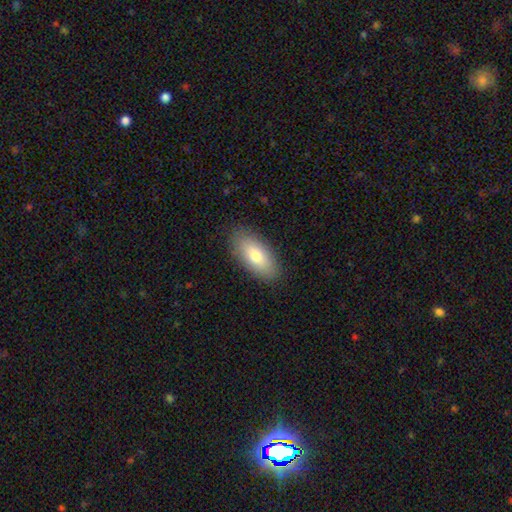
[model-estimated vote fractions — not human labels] A smooth galaxy with no disk features (76%) that is in between round and cigar-shaped (89%).

Vote fractions:
- Smooth or featured? smooth: 76% / featured or disk: 17% / star or artifact: 7%
- How rounded? in between: 89% / cigar-shaped: 8% / round: 3%
- Merging? none: 88% / minor disturbance: 9% / major disturbance: 2% / merger: 1%